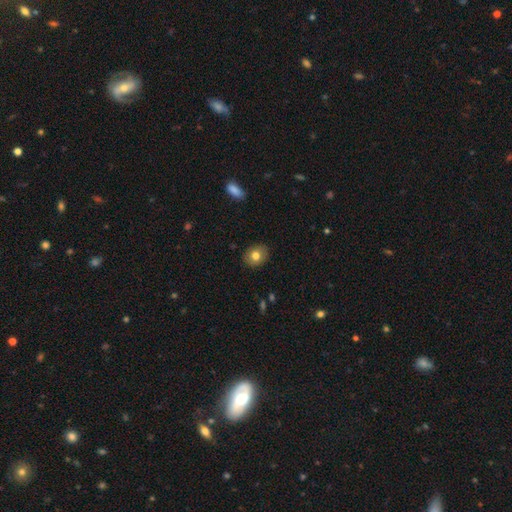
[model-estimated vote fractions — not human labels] smooth_or_featured: smooth (p=0.76) [alt: featured or disk p=0.15]
how_rounded: round (p=0.55) [alt: in between p=0.44]
merging: none (p=0.88) [alt: minor disturbance p=0.09]